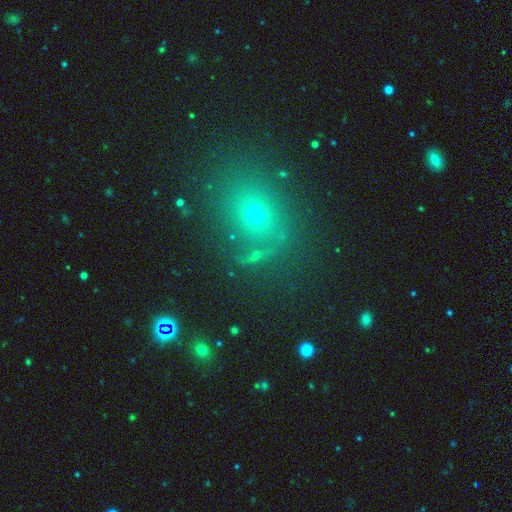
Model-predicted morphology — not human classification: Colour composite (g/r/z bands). It shows a smooth galaxy with no disk features (47%). Merging: none (74%).